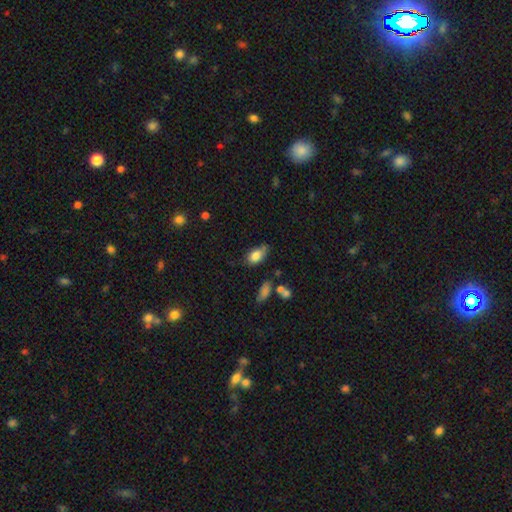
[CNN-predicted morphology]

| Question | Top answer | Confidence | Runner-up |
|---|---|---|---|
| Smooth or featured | smooth | 81% | featured or disk (10%) |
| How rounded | in between | 88% | round (10%) |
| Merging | none | 54% | minor disturbance (32%) |